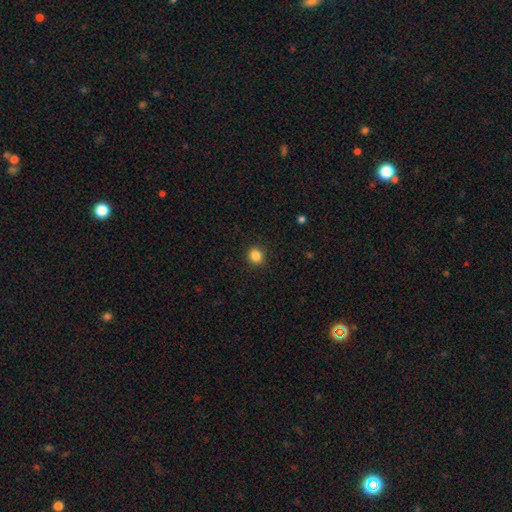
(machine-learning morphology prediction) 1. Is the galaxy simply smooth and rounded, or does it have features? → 85% smooth, 11% star or artifact, 4% featured or disk.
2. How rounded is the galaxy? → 84% round, 15% in between, 1% cigar-shaped.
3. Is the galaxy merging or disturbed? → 91% none, 6% minor disturbance, 2% major disturbance, 1% merger.